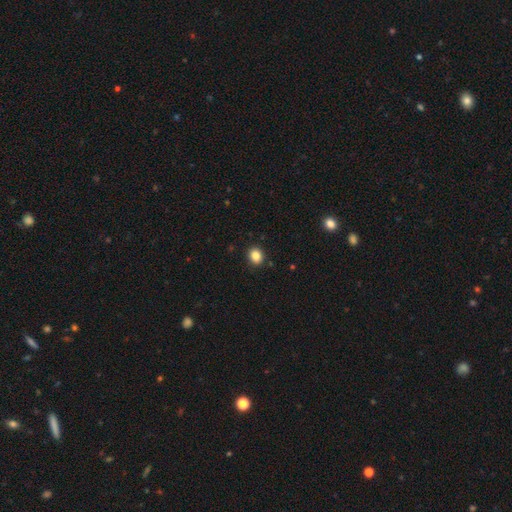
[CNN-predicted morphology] smooth 85%, star or artifact 10%, featured or disk 5%. Down the decision tree: how rounded — round (66%); merging — none (90%).